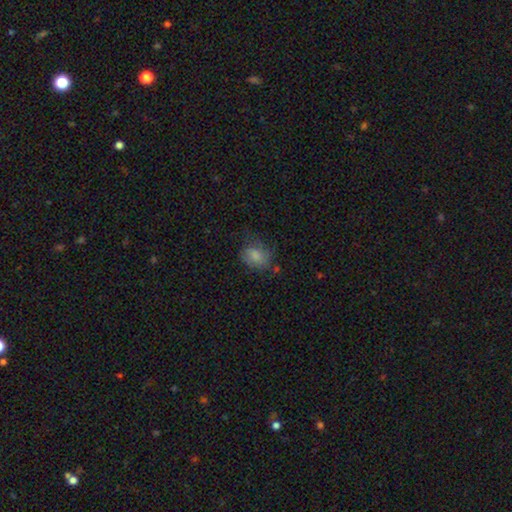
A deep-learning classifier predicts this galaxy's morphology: Smooth or featured? smooth (77%)
How rounded? in between (64%)
Merging? none (51%)